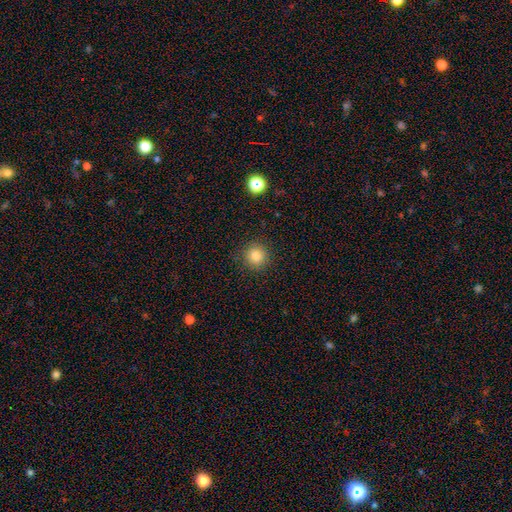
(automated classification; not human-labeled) Overall: smooth (84%). How rounded: round (94%). Merging: none (91%).